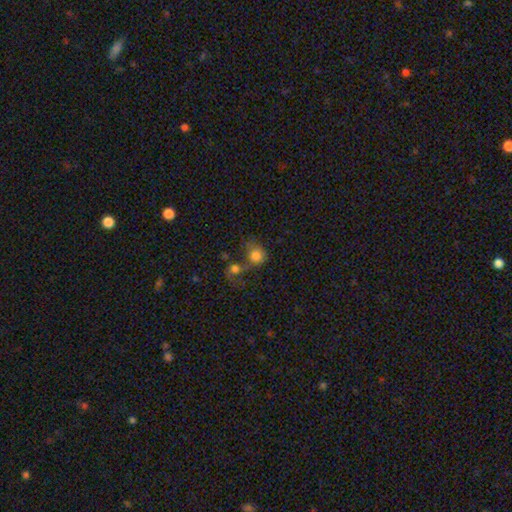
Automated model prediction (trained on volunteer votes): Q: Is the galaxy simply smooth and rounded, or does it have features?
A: smooth — 77%.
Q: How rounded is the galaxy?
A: round — 76%.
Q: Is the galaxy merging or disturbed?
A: merger — 54%.